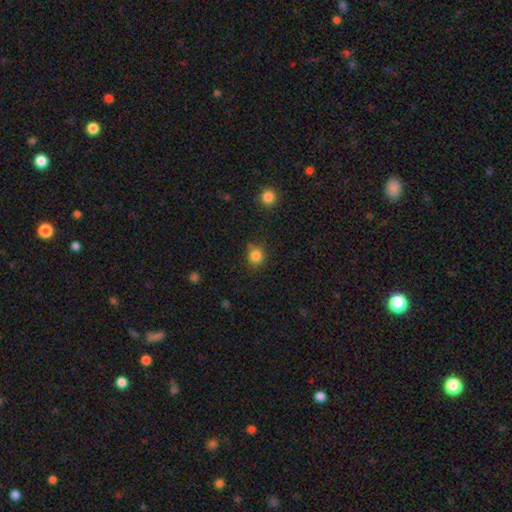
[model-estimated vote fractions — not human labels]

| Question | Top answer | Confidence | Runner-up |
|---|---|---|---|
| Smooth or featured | smooth | 84% | star or artifact (12%) |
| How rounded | round | 87% | in between (12%) |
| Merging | none | 80% | minor disturbance (13%) |